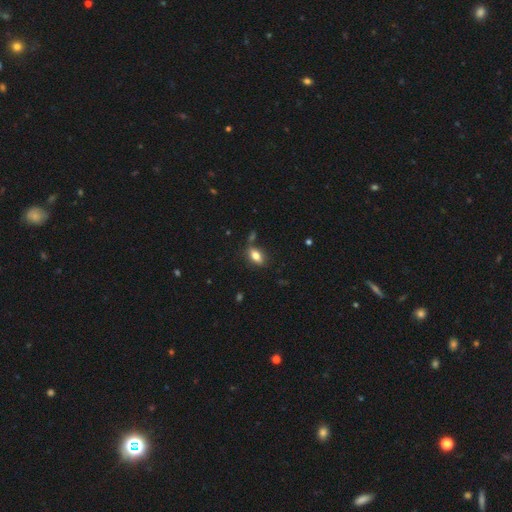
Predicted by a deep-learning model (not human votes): smooth_or_featured: smooth (p=0.77) [alt: featured or disk p=0.14]
how_rounded: in between (p=0.86) [alt: cigar-shaped p=0.07]
merging: none (p=0.77) [alt: minor disturbance p=0.13]